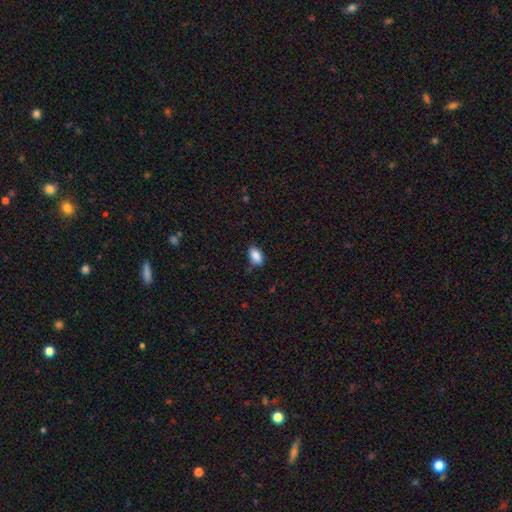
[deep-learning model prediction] smooth 88%, star or artifact 8%, featured or disk 4%. Down the decision tree: how rounded — in between (91%); merging — none (79%).